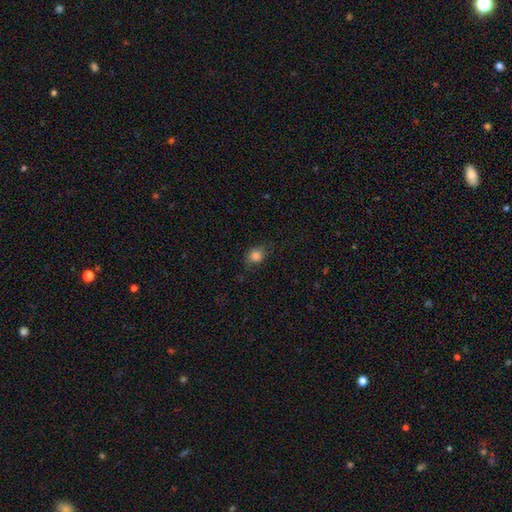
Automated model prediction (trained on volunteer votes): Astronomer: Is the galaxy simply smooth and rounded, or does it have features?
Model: smooth — 83%.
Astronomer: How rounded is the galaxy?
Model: round — 64%.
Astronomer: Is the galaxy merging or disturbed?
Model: none — 70%.